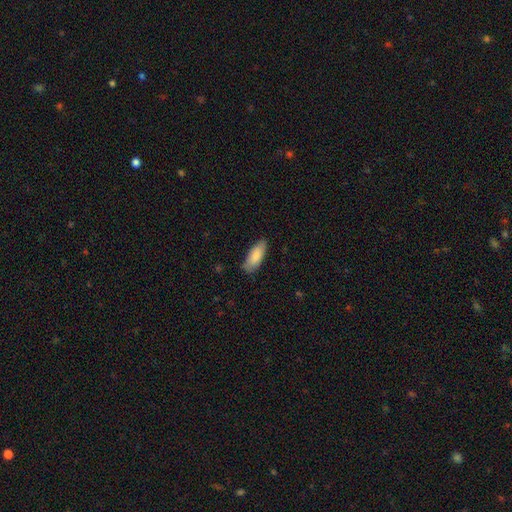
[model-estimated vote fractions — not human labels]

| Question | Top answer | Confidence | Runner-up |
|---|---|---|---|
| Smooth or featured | smooth | 84% | featured or disk (11%) |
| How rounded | in between | 77% | cigar-shaped (21%) |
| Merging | none | 79% | minor disturbance (17%) |